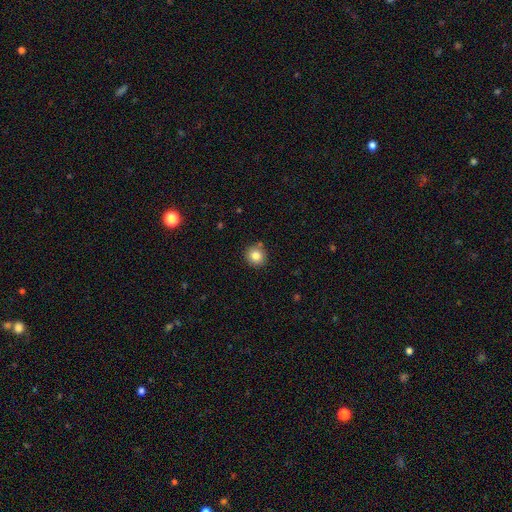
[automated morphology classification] Smooth or featured: smooth — 82% (star or artifact — 11%)
How rounded: round — 91% (in between — 8%)
Merging: none — 85% (minor disturbance — 9%)